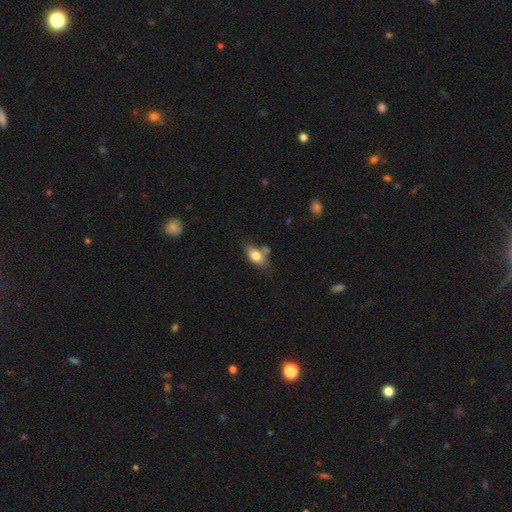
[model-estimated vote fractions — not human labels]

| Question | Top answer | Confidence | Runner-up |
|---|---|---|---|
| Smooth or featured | smooth | 77% | featured or disk (15%) |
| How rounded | in between | 84% | round (9%) |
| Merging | none | 59% | minor disturbance (22%) |